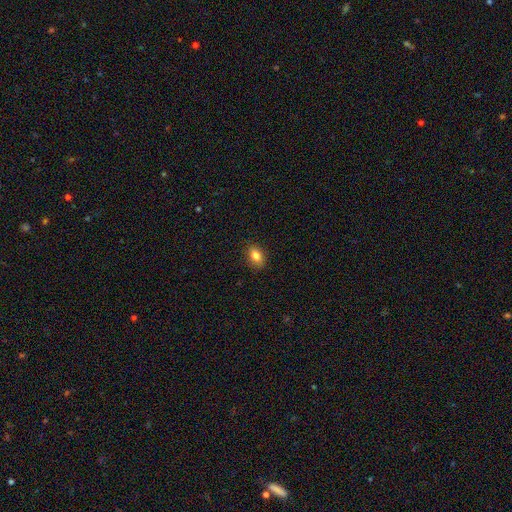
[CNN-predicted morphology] Overall: smooth (83%). How rounded: in between (76%). Merging: none (87%).